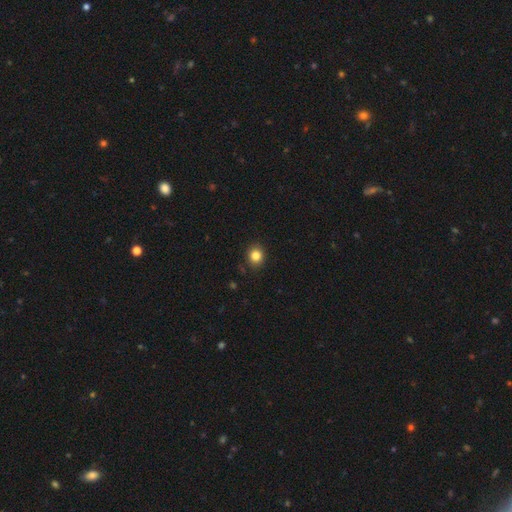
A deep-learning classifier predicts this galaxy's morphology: smooth 84%, star or artifact 11%, featured or disk 5%. Down the decision tree: how rounded — round (81%); merging — none (89%).